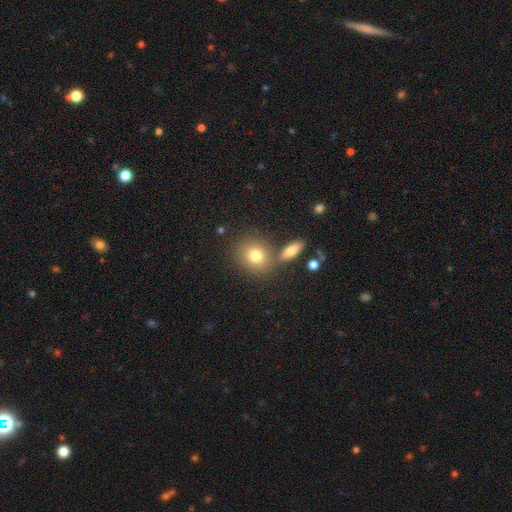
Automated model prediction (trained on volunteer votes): This is likely a smooth galaxy (78%). How rounded: likely round (72%). Merging: likely none (68%).